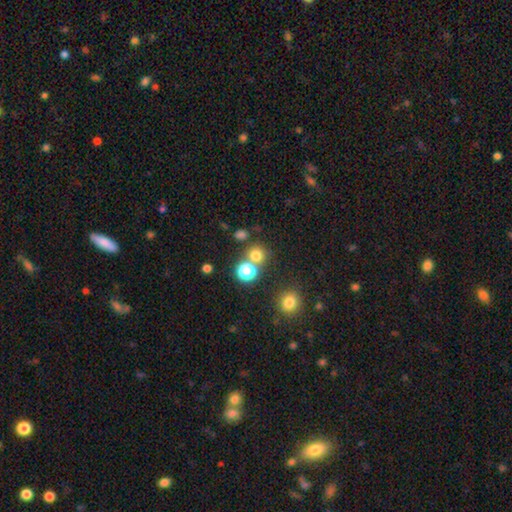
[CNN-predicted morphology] A smooth galaxy with no disk features (71%) that is round (89%). Merging: none (70%).